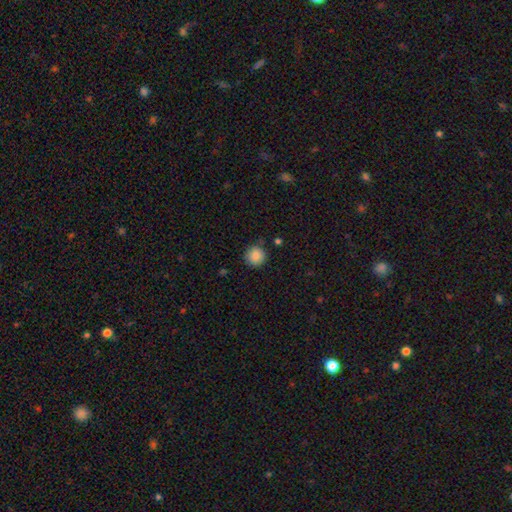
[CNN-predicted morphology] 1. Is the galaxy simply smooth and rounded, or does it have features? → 88% smooth, 8% star or artifact, 4% featured or disk.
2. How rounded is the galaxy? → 94% round, 5% in between, 1% cigar-shaped.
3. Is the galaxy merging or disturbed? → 87% none, 9% minor disturbance, 2% major disturbance, 2% merger.